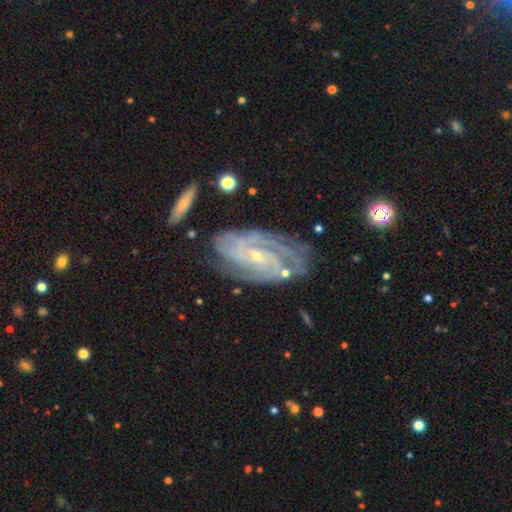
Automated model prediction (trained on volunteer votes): Morphology: type=featured or disk (89%); edge-on=no (95%); bar=no (62%); spiral arms=yes (98%); winding=tight (70%); arm count=3 (24%); bulge=small (80%); merging=none (72%).